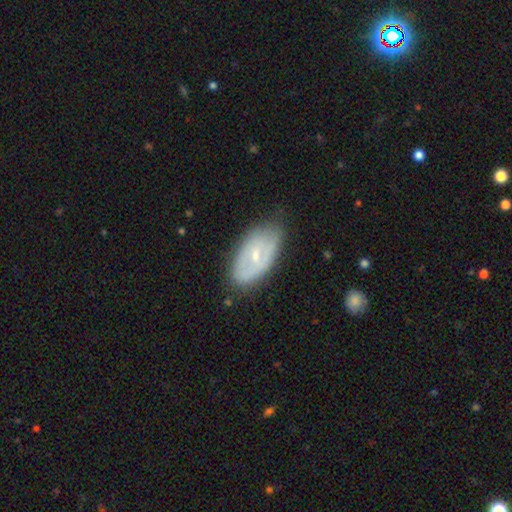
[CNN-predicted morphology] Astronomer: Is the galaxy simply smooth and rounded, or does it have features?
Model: featured or disk — 57% (runner-up: smooth, 37%).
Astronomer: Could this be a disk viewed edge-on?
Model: no — 90%.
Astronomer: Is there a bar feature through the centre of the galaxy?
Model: weak — 44% (runner-up: no, 41%).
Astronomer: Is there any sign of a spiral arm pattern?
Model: no — 50%, tied with yes at 50%.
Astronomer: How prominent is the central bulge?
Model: small — 59% (runner-up: moderate, 36%).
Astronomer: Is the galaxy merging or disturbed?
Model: none — 69%.